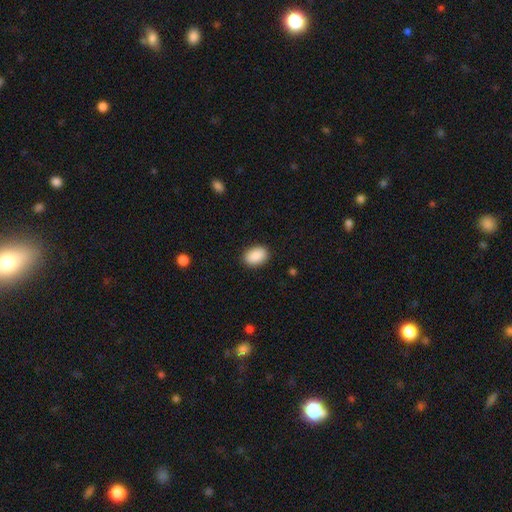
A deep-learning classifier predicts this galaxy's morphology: This is clearly a smooth galaxy (90%). How rounded: clearly in between (85%). Merging: clearly none (89%).